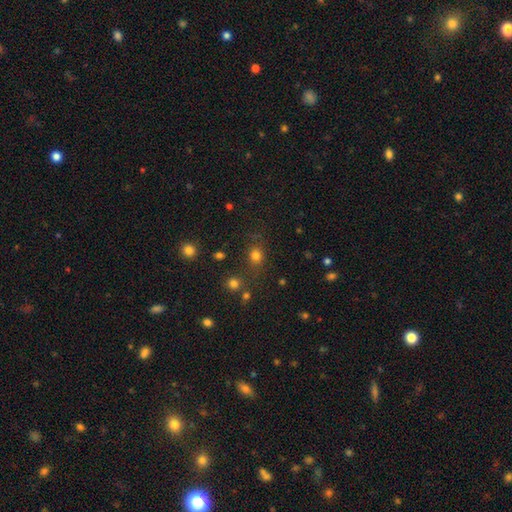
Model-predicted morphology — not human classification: A smooth galaxy with no disk features (77%) that is round (69%).

Vote fractions:
- Smooth or featured? smooth: 77% / star or artifact: 17% / featured or disk: 6%
- How rounded? round: 69% / in between: 30% / cigar-shaped: 1%
- Merging? none: 72% / minor disturbance: 13% / merger: 8% / major disturbance: 7%